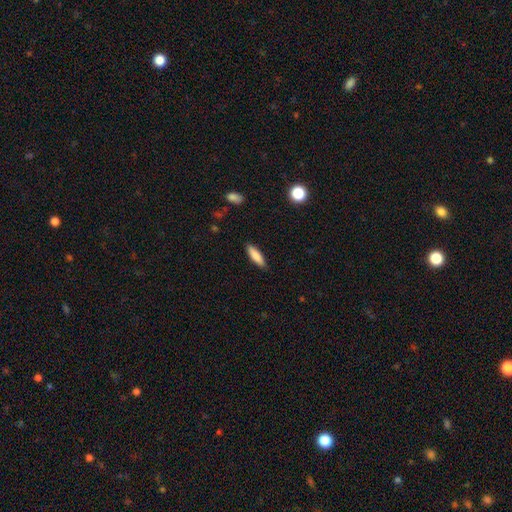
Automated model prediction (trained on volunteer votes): A smooth galaxy with no disk features (85%) that is cigar-shaped (60%). Merging: none (87%).